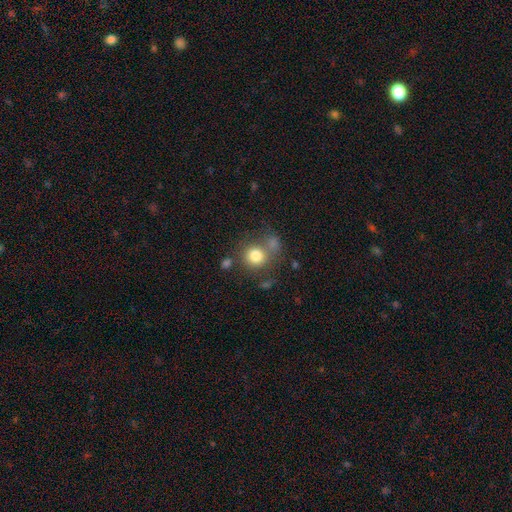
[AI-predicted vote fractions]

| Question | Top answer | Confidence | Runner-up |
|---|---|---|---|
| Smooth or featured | smooth | 80% | star or artifact (11%) |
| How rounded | round | 86% | in between (13%) |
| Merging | none | 60% | merger (19%) |